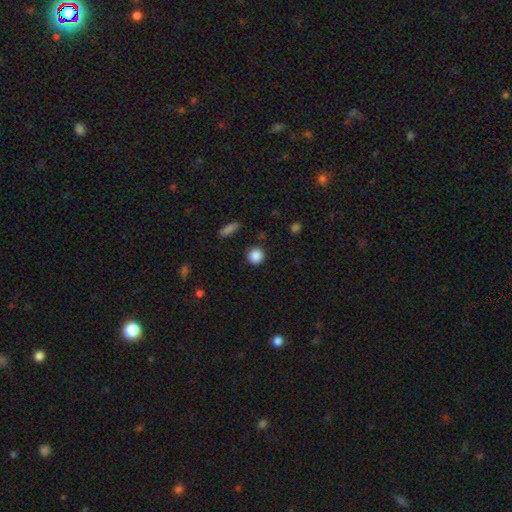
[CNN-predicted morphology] Smooth or featured? Predicted: smooth (p=0.87). How rounded? Predicted: round (p=0.93). Merging? Predicted: none (p=0.89).